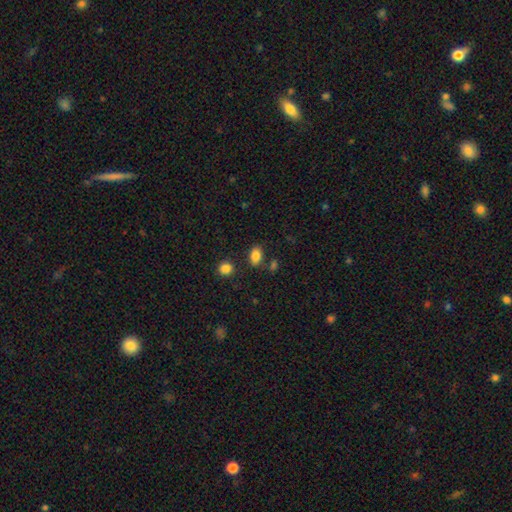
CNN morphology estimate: This is clearly a smooth galaxy (85%). How rounded: clearly in between (82%). Merging: likely none (77%).